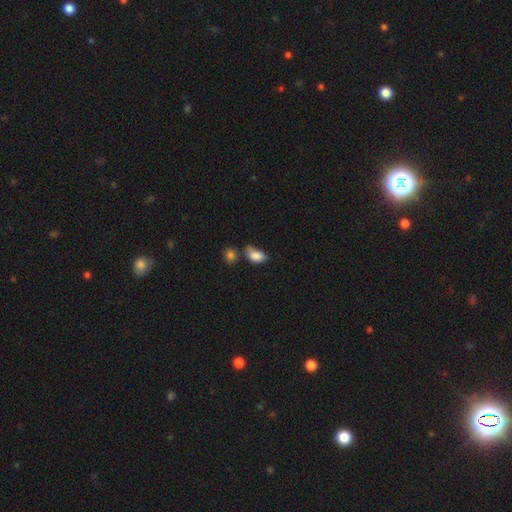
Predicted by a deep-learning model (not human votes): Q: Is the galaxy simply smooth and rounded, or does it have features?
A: smooth — 85%.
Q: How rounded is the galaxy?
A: in between — 89%.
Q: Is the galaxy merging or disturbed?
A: none — 40%.